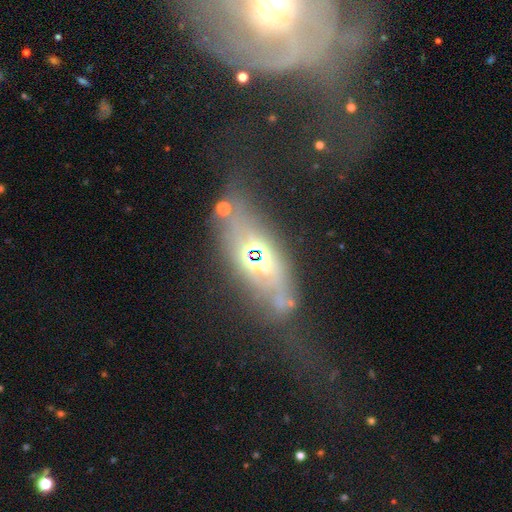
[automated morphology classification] A featured or disk galaxy (59%). Merging: none (68%).